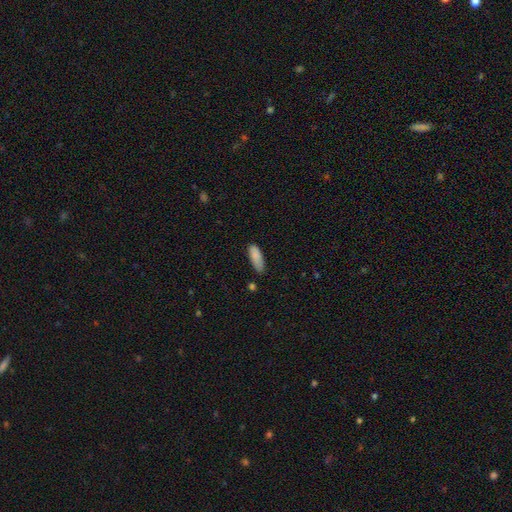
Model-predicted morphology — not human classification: A smooth galaxy with no disk features (86%) that is in between round and cigar-shaped (65%).

Vote fractions:
- Smooth or featured? smooth: 86% / star or artifact: 7% / featured or disk: 7%
- How rounded? in between: 65% / cigar-shaped: 33% / round: 2%
- Merging? none: 66% / minor disturbance: 26% / major disturbance: 5% / merger: 3%